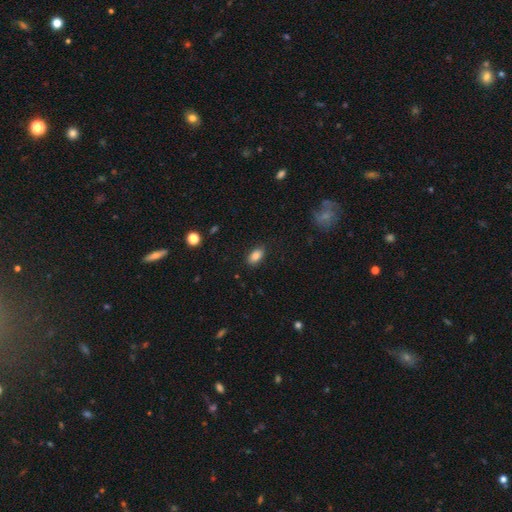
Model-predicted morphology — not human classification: The model was most divided on "merging": none: 85%, minor disturbance: 11%, major disturbance: 3%, merger: 1%. More confident: how rounded — in between (89%); smooth or featured — smooth (85%).